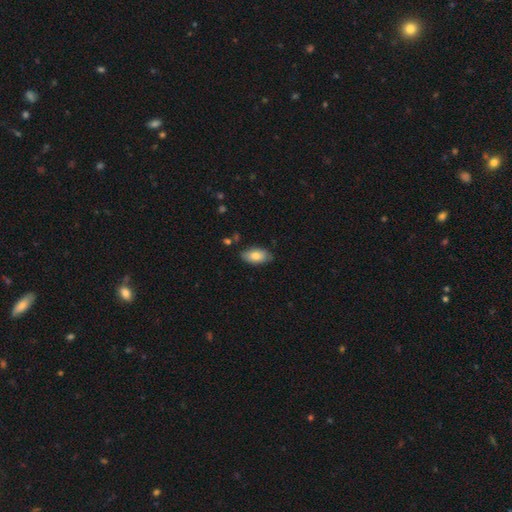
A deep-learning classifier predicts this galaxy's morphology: Q: Smooth or featured?
A: smooth (80%); runner-up: featured or disk (14%)
Q: How rounded?
A: in between (93%); runner-up: cigar-shaped (4%)
Q: Merging?
A: none (81%); runner-up: minor disturbance (14%)